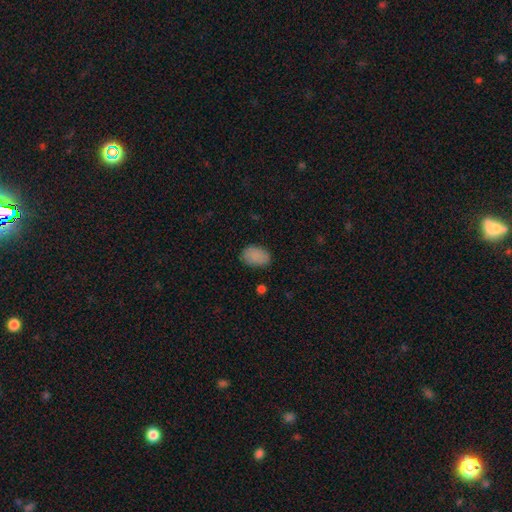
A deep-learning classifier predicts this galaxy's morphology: Smooth or featured? smooth (88%)
How rounded? in between (86%)
Merging? none (82%)